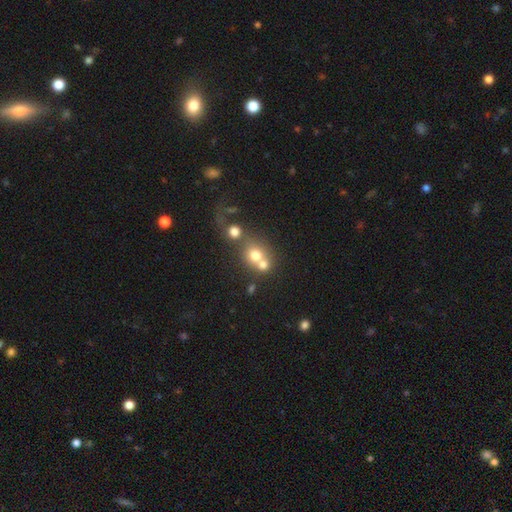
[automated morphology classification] Smooth or featured? Predicted: smooth (p=0.68). How rounded? Predicted: round (p=0.79). Merging? Predicted: merger (p=0.53).